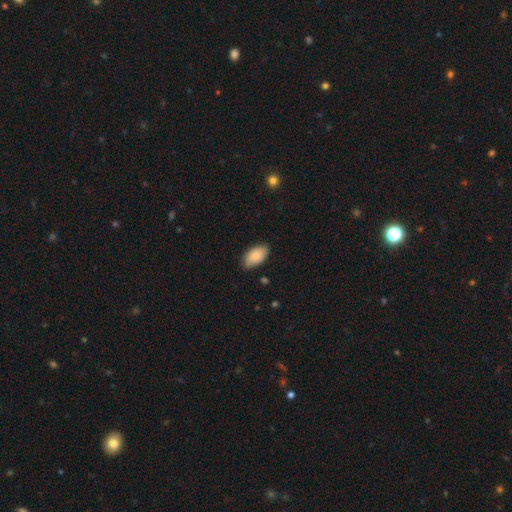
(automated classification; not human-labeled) Smooth or featured? smooth (83%)
How rounded? in between (95%)
Merging? none (80%)